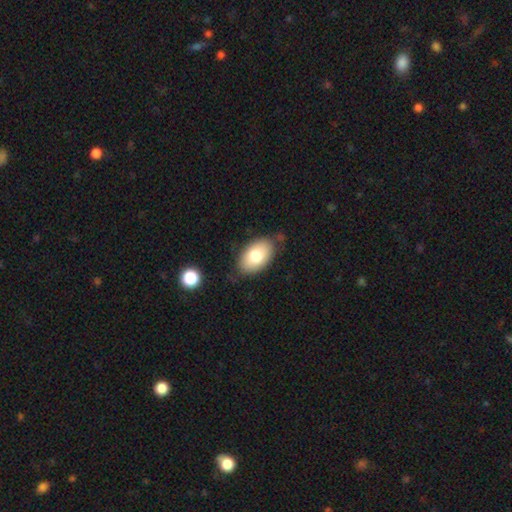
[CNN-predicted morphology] Smooth or featured?
  - smooth: 78% *
  - featured or disk: 15%
  - star or artifact: 7%
How rounded?
  - in between: 92% *
  - round: 7%
  - cigar-shaped: 1%
Merging?
  - none: 78% *
  - minor disturbance: 16%
  - major disturbance: 3%
  - merger: 3%